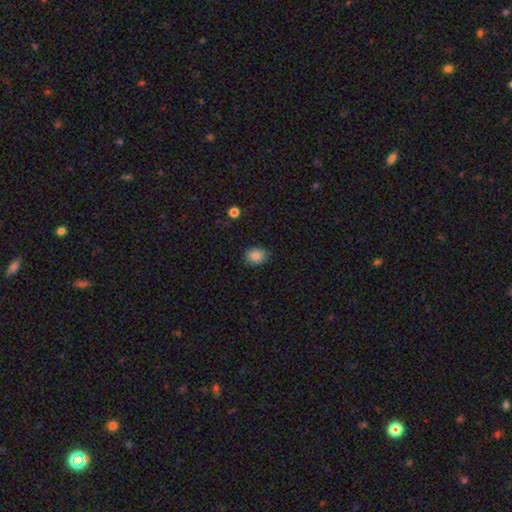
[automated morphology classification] Smooth or featured: smooth — 85% (star or artifact — 9%)
How rounded: in between — 51% (round — 49%)
Merging: none — 80% (minor disturbance — 16%)